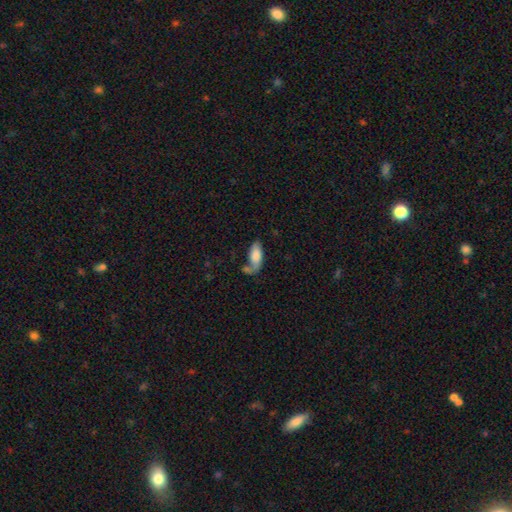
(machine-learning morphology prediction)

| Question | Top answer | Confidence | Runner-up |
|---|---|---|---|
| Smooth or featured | smooth | 73% | featured or disk (19%) |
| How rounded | in between | 81% | cigar-shaped (16%) |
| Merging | none | 40% | merger (24%) |